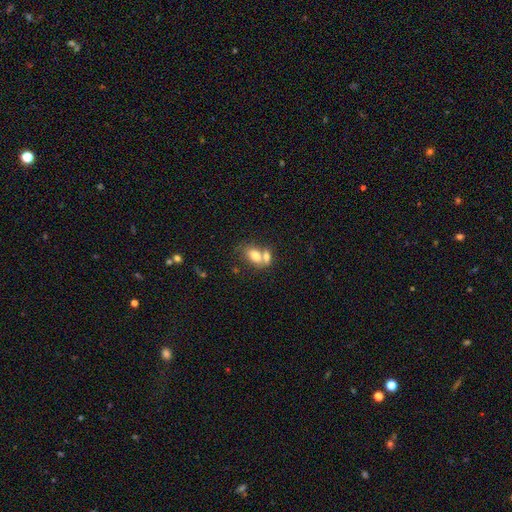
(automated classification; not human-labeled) smooth 76%, featured or disk 16%, star or artifact 8%. Down the decision tree: how rounded — in between (83%); merging — merger (57%).